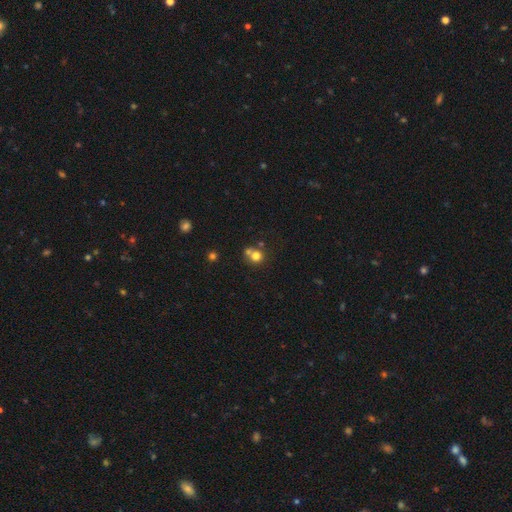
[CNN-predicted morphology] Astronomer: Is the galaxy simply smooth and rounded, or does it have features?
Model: smooth — 74%.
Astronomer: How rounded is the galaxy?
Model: round — 86%.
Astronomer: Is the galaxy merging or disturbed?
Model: none — 50% (runner-up: merger, 39%).